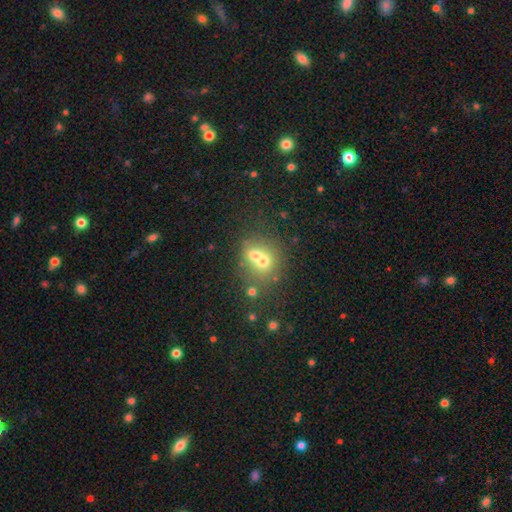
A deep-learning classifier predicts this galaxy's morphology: This is likely a smooth galaxy (60%). How rounded: likely round (70%). Merging: likely merger (61%).